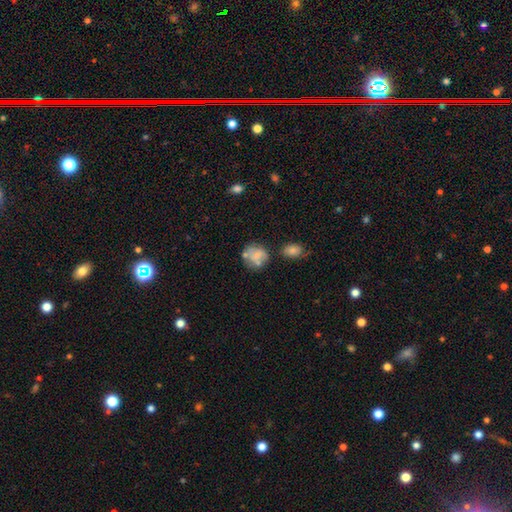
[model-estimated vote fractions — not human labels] Q: Smooth or featured?
A: smooth (61%); runner-up: featured or disk (28%)
Q: How rounded?
A: round (69%); runner-up: in between (30%)
Q: Merging?
A: none (49%); runner-up: minor disturbance (22%)